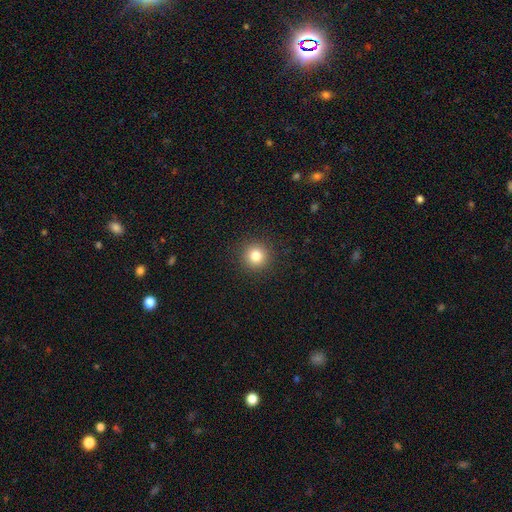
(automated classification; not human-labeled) The model was most divided on "smooth or featured": smooth: 82%, star or artifact: 12%, featured or disk: 6%. More confident: how rounded — round (95%); merging — none (92%).